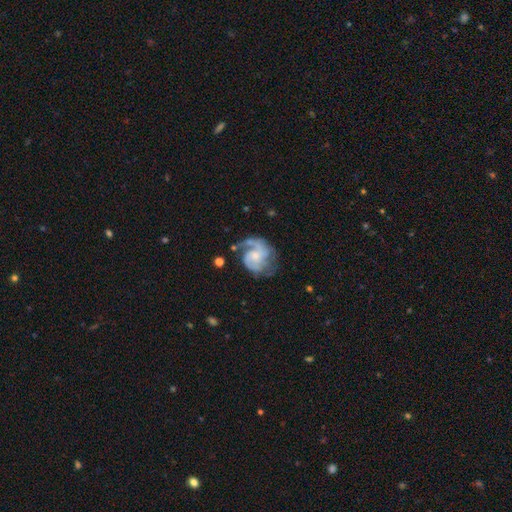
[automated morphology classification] The model was most divided on "spiral winding": medium: 48%, tight: 31%, loose: 21%. More confident: edge-on disk — no (98%); spiral arms — yes (95%); smooth or featured — featured or disk (85%); bar — no (63%); bulge size — small (63%); spiral arm count — 2 (61%); merging — none (55%).